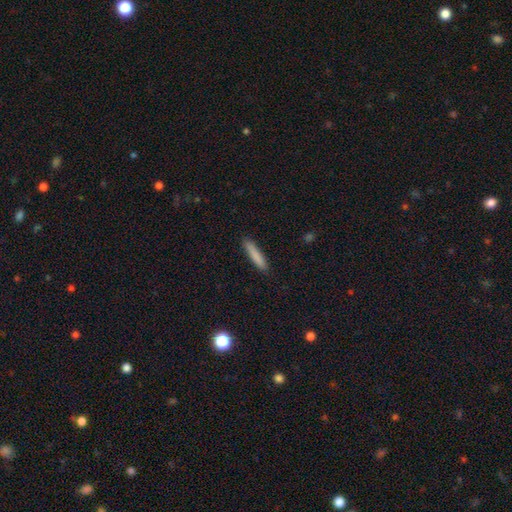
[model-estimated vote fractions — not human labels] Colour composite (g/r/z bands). It shows a smooth galaxy with no disk features (84%) that is cigar-shaped (90%). Merging: none (88%).